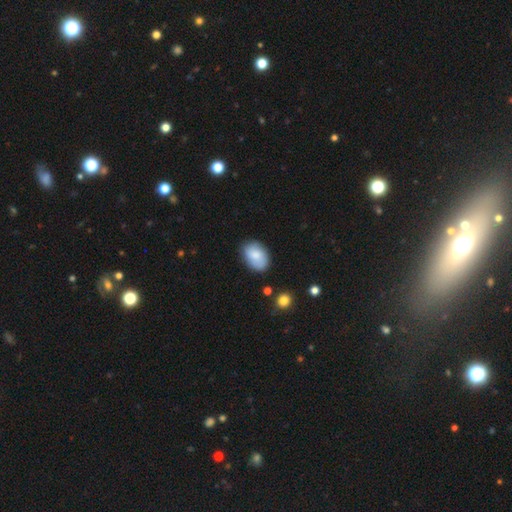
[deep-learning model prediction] smooth-or-featured: smooth: 83% | featured or disk: 10% | star or artifact: 7%
  how-rounded: in between: 87% | round: 12% | cigar-shaped: 1%
  merging: none: 77% | minor disturbance: 17% | major disturbance: 3% | merger: 2%